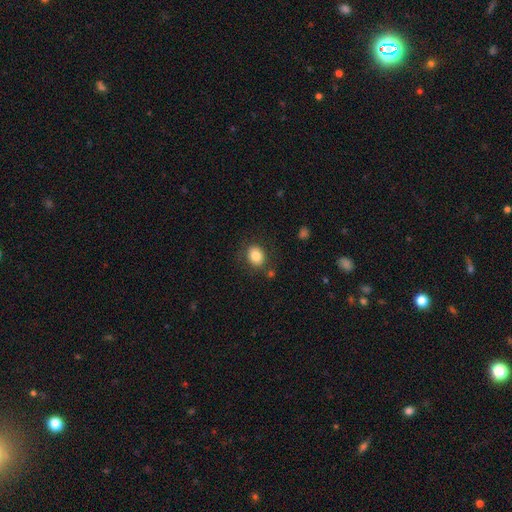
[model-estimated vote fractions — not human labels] This is clearly a smooth galaxy (82%). How rounded: possibly round (58%). Merging: clearly none (81%).